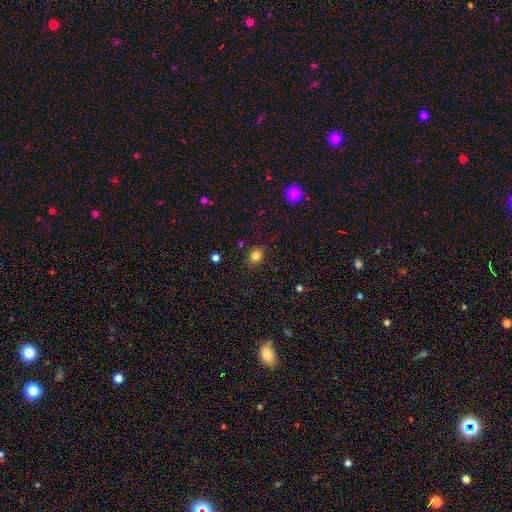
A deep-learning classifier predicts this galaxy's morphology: This appears to be a smooth galaxy with no disk features (83%) that is round (68%). Merging: none (84%).